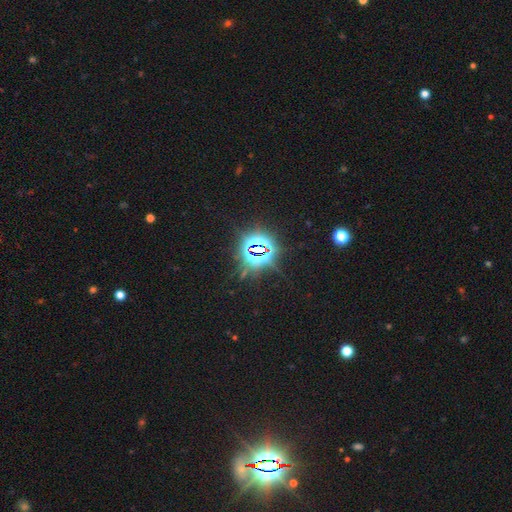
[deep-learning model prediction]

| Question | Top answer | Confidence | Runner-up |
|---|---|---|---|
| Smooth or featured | star or artifact | 84% | smooth (9%) |